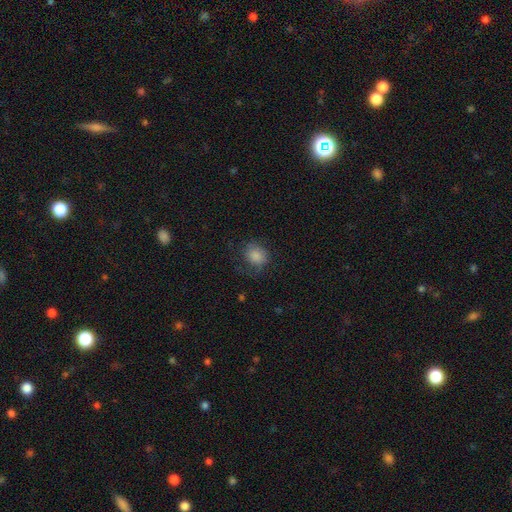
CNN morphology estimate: A smooth galaxy with no disk features (77%) that is round (66%).

Vote fractions:
- Smooth or featured? smooth: 77% / featured or disk: 11% / star or artifact: 11%
- How rounded? round: 66% / in between: 33% / cigar-shaped: 1%
- Merging? none: 64% / minor disturbance: 21% / major disturbance: 13% / merger: 1%